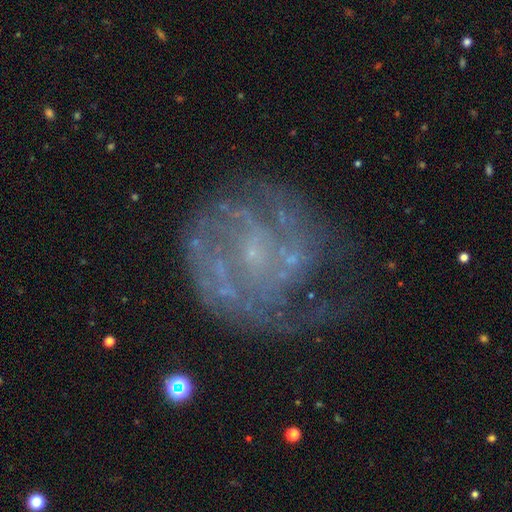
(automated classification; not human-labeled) featured or disk 76%, smooth 12%, star or artifact 12%. Down the decision tree: edge-on disk — no (98%); bar — no (64%); spiral arms — yes (81%); spiral arm count — can't tell (39%); spiral winding — tight (48%); bulge size — small (64%); merging — none (52%).